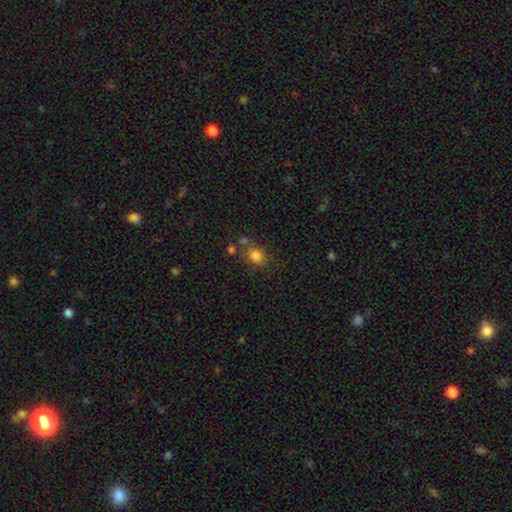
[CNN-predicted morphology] The model was most divided on "how rounded": round: 70%, in between: 29%, cigar-shaped: 1%. More confident: smooth or featured — smooth (80%); merging — none (63%).